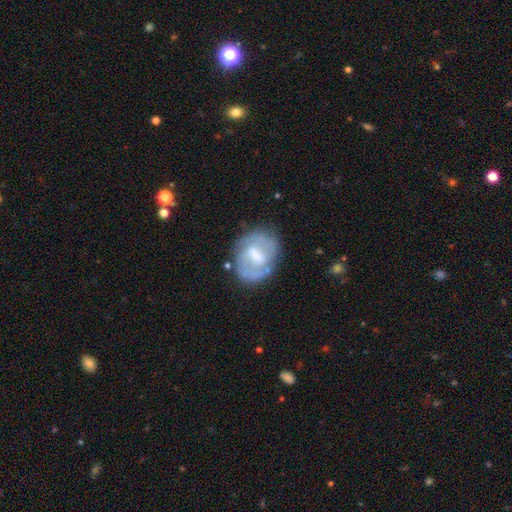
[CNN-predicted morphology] This appears to be a featured or disk galaxy (70%) with a weak bar (49%), spiral arms (71%) and a moderate central bulge (41%). Merging: none (68%).